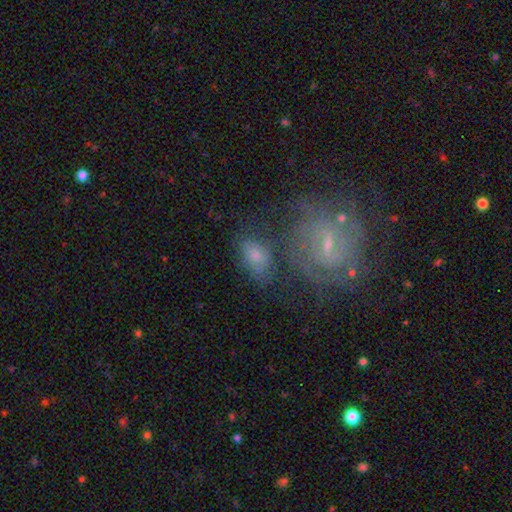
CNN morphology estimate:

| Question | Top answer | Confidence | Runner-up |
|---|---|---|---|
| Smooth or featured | smooth | 53% | featured or disk (35%) |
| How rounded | in between | 80% | round (17%) |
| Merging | none | 57% | minor disturbance (20%) |